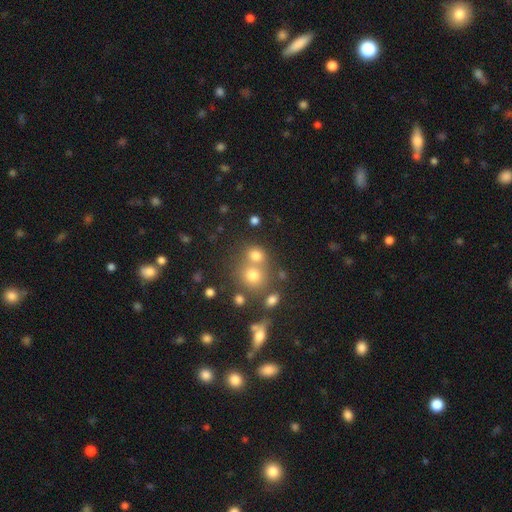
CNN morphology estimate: Smooth or featured? Predicted: smooth (p=0.72). How rounded? Predicted: round (p=0.75). Merging? Predicted: none (p=0.46).